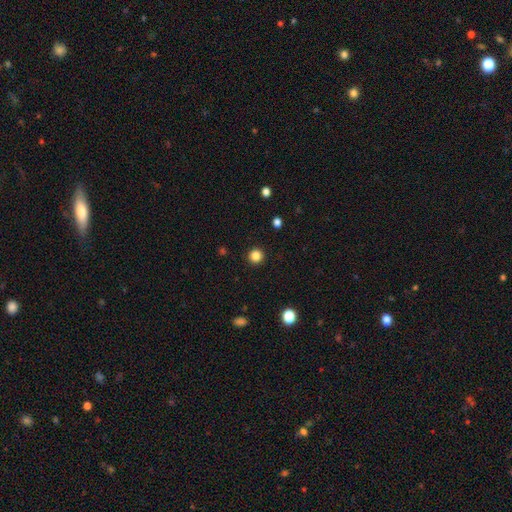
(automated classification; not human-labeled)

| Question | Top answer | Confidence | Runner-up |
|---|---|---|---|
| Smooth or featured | smooth | 85% | star or artifact (12%) |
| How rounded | round | 95% | in between (4%) |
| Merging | none | 93% | minor disturbance (4%) |